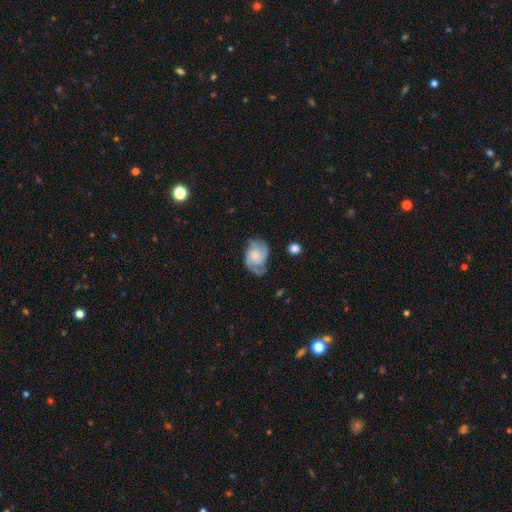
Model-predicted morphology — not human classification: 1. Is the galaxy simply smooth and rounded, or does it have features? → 70% featured or disk, 23% smooth, 7% star or artifact.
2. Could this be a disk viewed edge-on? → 97% no, 3% yes.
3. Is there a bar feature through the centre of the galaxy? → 72% no, 24% weak, 4% strong.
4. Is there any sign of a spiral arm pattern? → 92% yes, 8% no.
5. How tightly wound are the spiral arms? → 45% medium, 34% tight, 21% loose.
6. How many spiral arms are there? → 52% 2, 20% 3, 17% can't tell, 4% 1, 3% 4, 3% more than 4.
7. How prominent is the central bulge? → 44% small, 35% moderate, 11% none, 8% large, 2% dominant.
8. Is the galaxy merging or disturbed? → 55% none, 28% minor disturbance, 15% major disturbance, 2% merger.